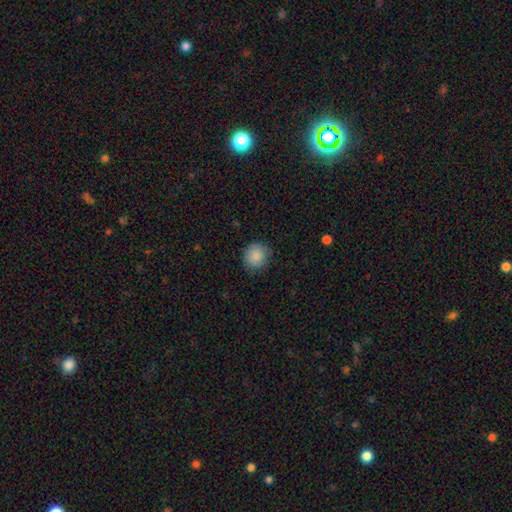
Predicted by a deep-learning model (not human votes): smooth 88%, star or artifact 8%, featured or disk 4%. Down the decision tree: how rounded — round (88%); merging — none (82%).